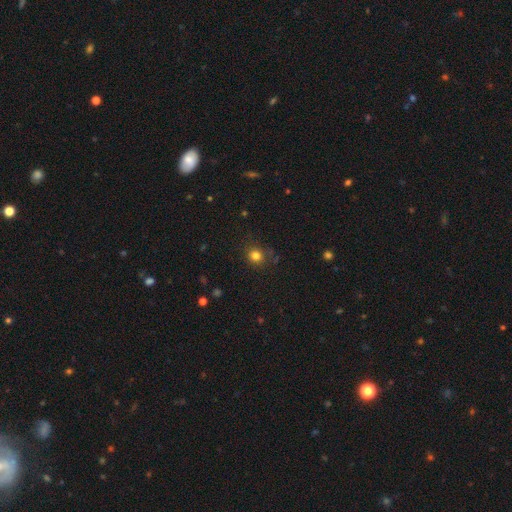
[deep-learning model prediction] The model was most divided on "smooth or featured": smooth: 80%, star or artifact: 15%, featured or disk: 5%. More confident: how rounded — round (88%); merging — none (82%).